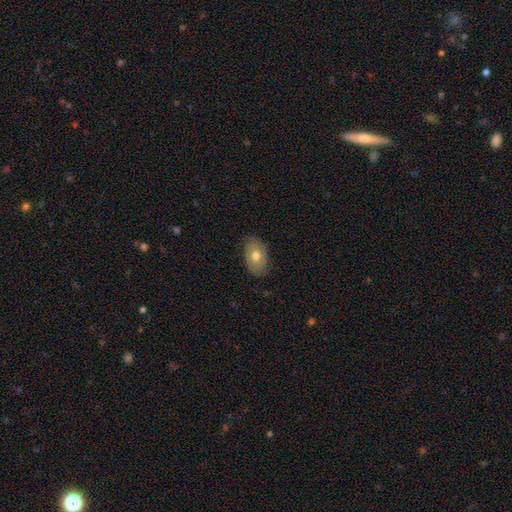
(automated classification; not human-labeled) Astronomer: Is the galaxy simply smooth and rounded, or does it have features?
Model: smooth — 53% (runner-up: featured or disk, 41%).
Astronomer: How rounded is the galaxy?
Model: in between — 86%.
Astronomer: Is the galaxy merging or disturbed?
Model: none — 78%.